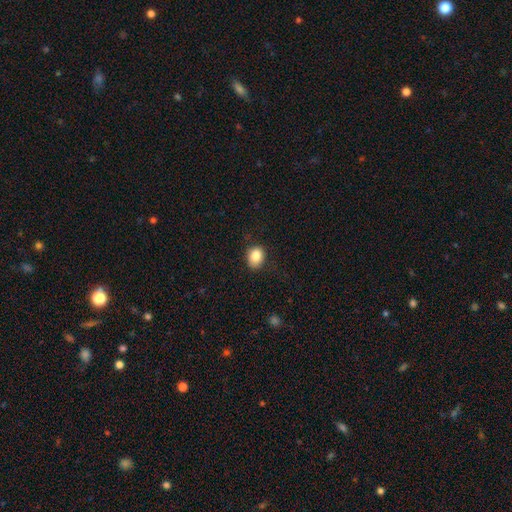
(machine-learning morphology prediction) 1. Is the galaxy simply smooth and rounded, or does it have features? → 85% smooth, 9% star or artifact, 6% featured or disk.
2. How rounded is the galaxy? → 51% in between, 48% round, 1% cigar-shaped.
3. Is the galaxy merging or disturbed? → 81% none, 15% minor disturbance, 3% major disturbance, 1% merger.